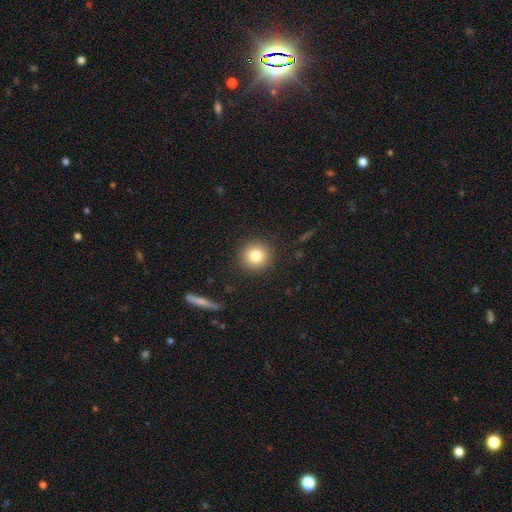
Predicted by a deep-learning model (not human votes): smooth-or-featured: smooth: 81% | star or artifact: 10% | featured or disk: 9%
  how-rounded: round: 93% | in between: 6% | cigar-shaped: 1%
  merging: none: 90% | minor disturbance: 6% | major disturbance: 2% | merger: 1%